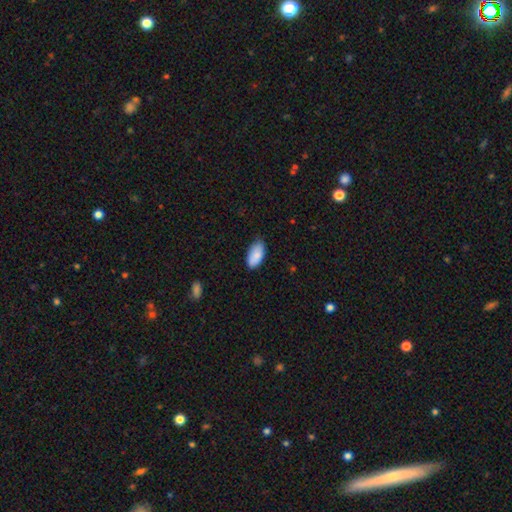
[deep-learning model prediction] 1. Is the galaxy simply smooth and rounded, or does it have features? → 86% smooth, 8% featured or disk, 6% star or artifact.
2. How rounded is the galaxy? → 94% in between, 4% cigar-shaped, 2% round.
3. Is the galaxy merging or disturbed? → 73% none, 23% minor disturbance, 3% major disturbance, 1% merger.